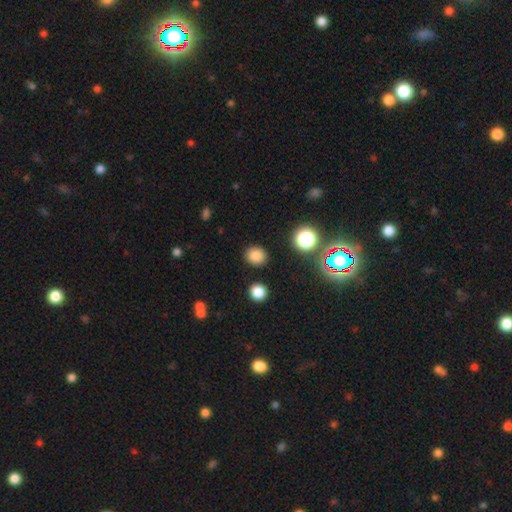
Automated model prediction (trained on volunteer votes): Smooth or featured? smooth (82%)
How rounded? round (74%)
Merging? none (88%)